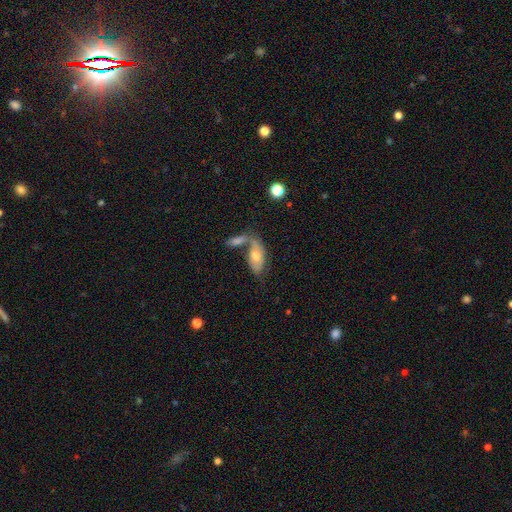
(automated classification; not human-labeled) Q: Smooth or featured?
A: smooth (56%); runner-up: featured or disk (36%)
Q: How rounded?
A: in between (85%); runner-up: cigar-shaped (12%)
Q: Merging?
A: merger (44%); runner-up: none (34%)